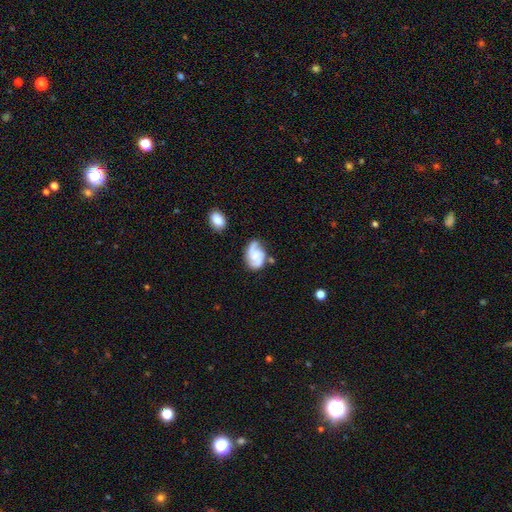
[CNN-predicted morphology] A featured or disk galaxy (67%) with no bar (64%), 2 (67%) medium (44%) spiral arms (93%) and no central bulge (45%). Merging: none (56%).